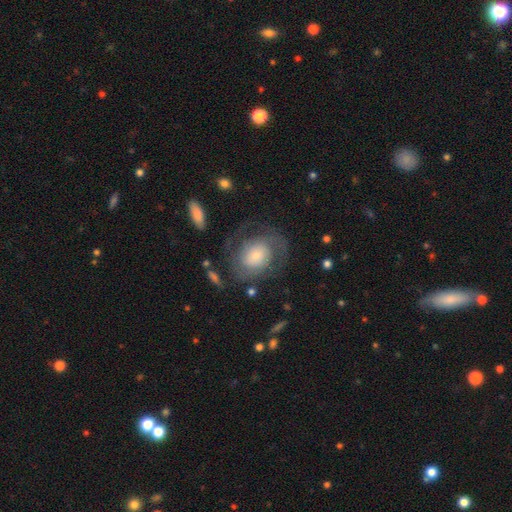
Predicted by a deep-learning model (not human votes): A featured or disk galaxy (70%) with no bar (71%), 2 (56%) tight (48%) spiral arms (85%) and a small central bulge (60%). Merging: none (66%).